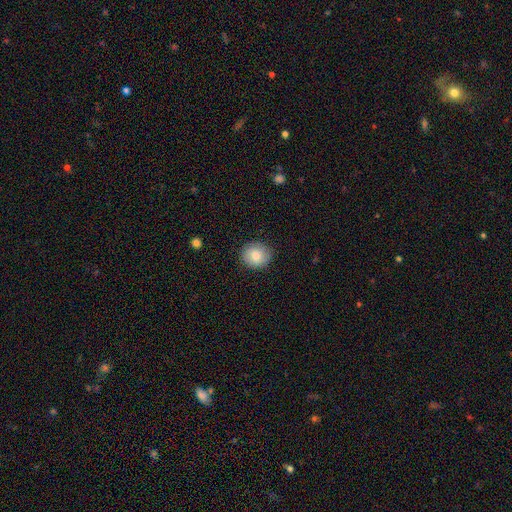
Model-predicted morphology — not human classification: This is likely a smooth galaxy (79%). How rounded: clearly round (83%). Merging: clearly none (87%).